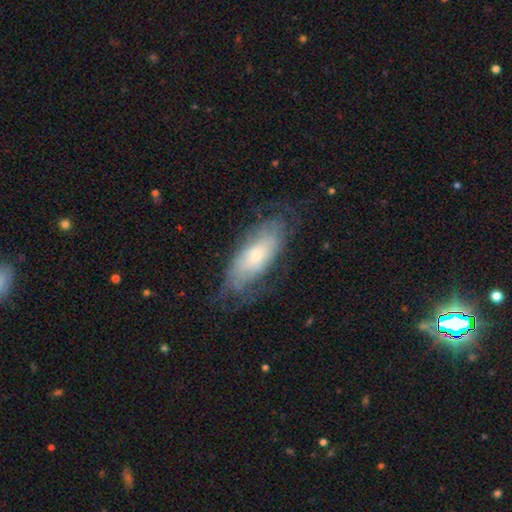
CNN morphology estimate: The model was most divided on "smooth or featured": featured or disk: 55%, smooth: 38%, star or artifact: 7%. More confident: edge-on disk — no (83%); merging — none (62%).